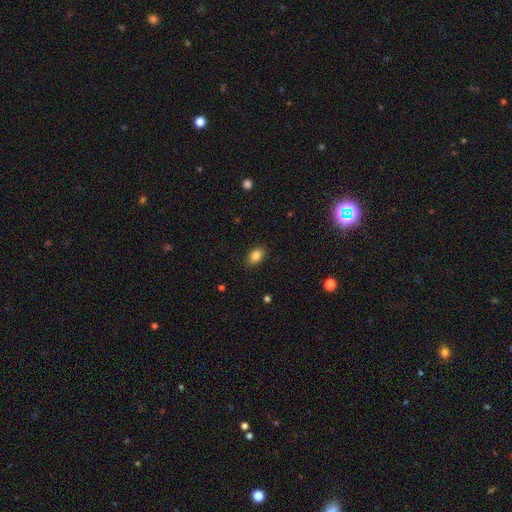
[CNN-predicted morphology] Smooth or featured: smooth — 85% (star or artifact — 9%)
How rounded: in between — 85% (round — 14%)
Merging: none — 86% (minor disturbance — 11%)